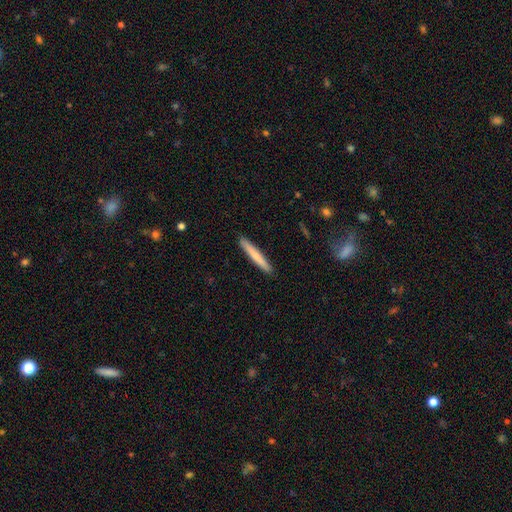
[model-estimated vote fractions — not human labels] The model was most divided on "smooth or featured": smooth: 71%, featured or disk: 23%, star or artifact: 5%. More confident: how rounded — cigar-shaped (96%); merging — none (92%).